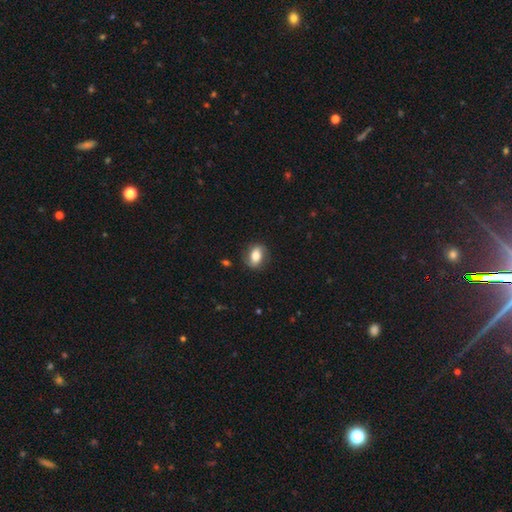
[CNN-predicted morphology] A smooth galaxy with no disk features (59%) that is in between round and cigar-shaped (76%).

Vote fractions:
- Smooth or featured? smooth: 59% / featured or disk: 33% / star or artifact: 8%
- How rounded? in between: 76% / round: 22% / cigar-shaped: 3%
- Merging? none: 79% / minor disturbance: 15% / major disturbance: 5% / merger: 1%